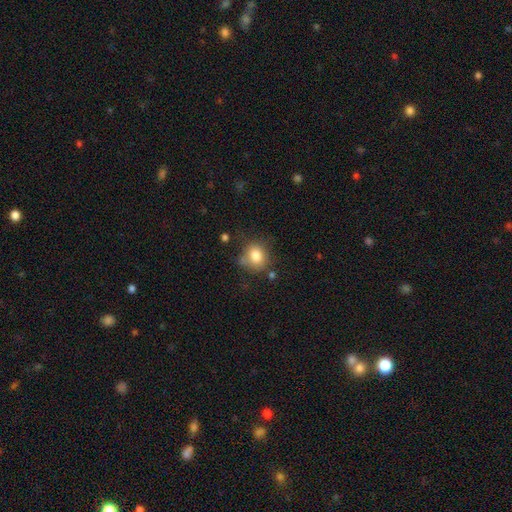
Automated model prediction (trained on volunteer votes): Q: Smooth or featured?
A: smooth (81%); runner-up: star or artifact (10%)
Q: How rounded?
A: round (72%); runner-up: in between (27%)
Q: Merging?
A: none (66%); runner-up: minor disturbance (21%)